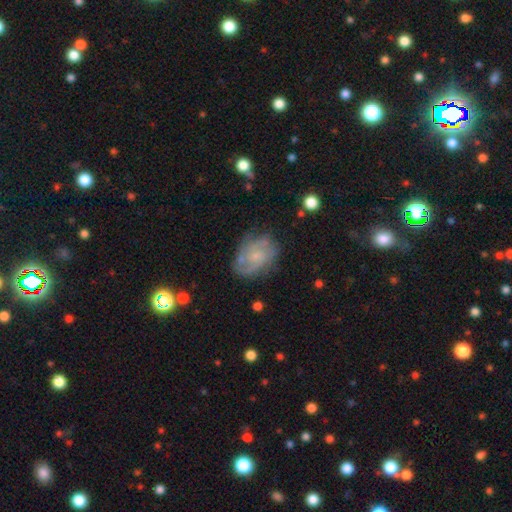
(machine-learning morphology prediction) featured or disk 63%, smooth 29%, star or artifact 8%. Down the decision tree: edge-on disk — no (97%); bar — no (72%); spiral arms — yes (80%); bulge size — small (59%); merging — none (66%).